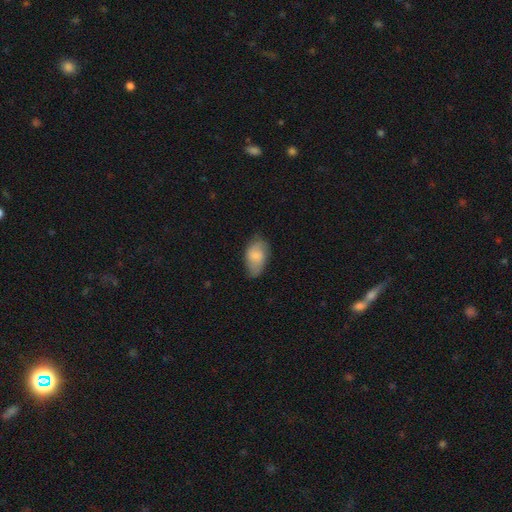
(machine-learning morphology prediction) type=smooth (73%); roundness=in between (92%); merging=none (65%).